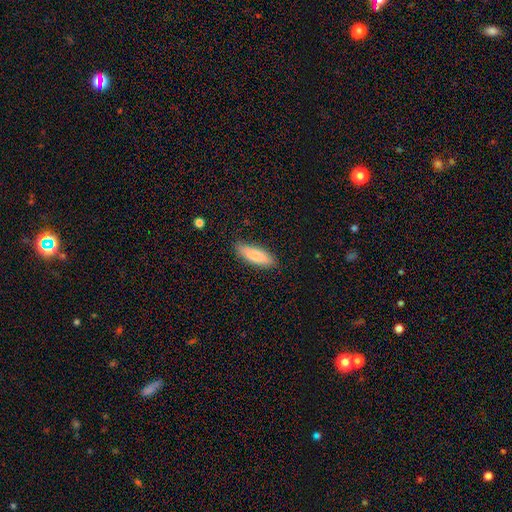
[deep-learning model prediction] Morphology: type=smooth (82%); roundness=in between (50%); merging=none (85%).